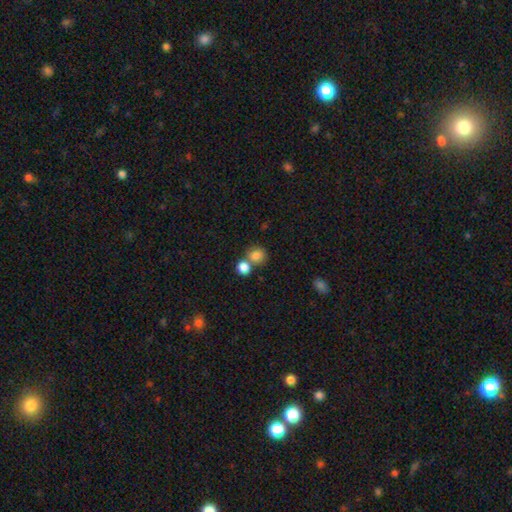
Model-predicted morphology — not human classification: smooth_or_featured: smooth (p=0.83) [alt: star or artifact p=0.10]
how_rounded: round (p=0.82) [alt: in between p=0.17]
merging: none (p=0.53) [alt: merger p=0.35]